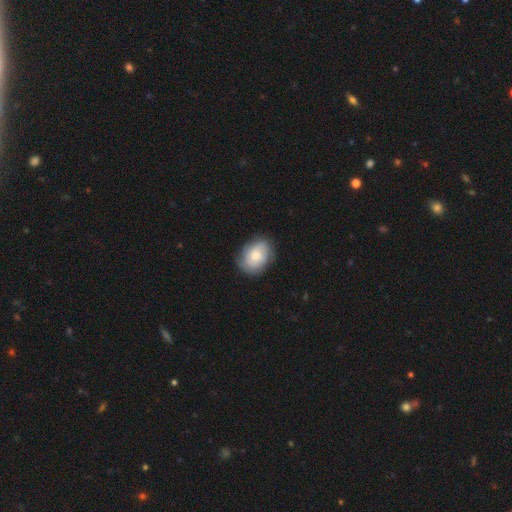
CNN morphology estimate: Q: Smooth or featured?
A: smooth (65%); runner-up: featured or disk (28%)
Q: How rounded?
A: in between (64%); runner-up: round (35%)
Q: Merging?
A: none (76%); runner-up: minor disturbance (18%)